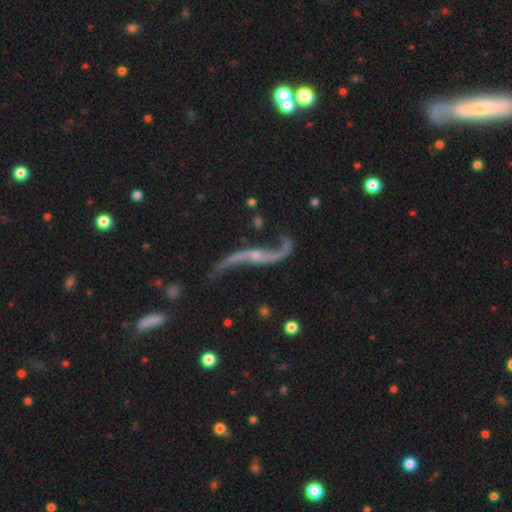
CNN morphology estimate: Smooth or featured: featured or disk — 84% (star or artifact — 10%)
Edge-on disk: no — 80% (yes — 20%)
Bar: no — 51% (weak — 31%)
Spiral arms: yes — 91% (no — 9%)
Spiral winding: loose — 92% (medium — 5%)
Spiral arm count: 2 — 90% (1 — 5%)
Bulge size: small — 64% (none — 17%)
Merging: none — 55% (major disturbance — 18%)